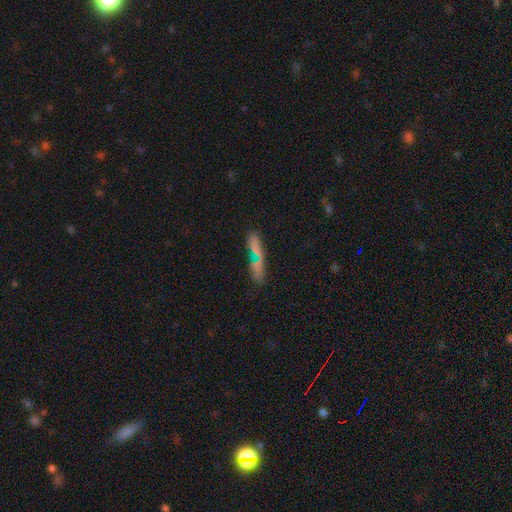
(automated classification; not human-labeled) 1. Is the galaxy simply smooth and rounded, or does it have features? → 61% smooth, 26% featured or disk, 13% star or artifact.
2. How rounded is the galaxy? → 76% cigar-shaped, 20% in between, 4% round.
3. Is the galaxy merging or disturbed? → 55% none, 21% merger, 16% minor disturbance, 8% major disturbance.